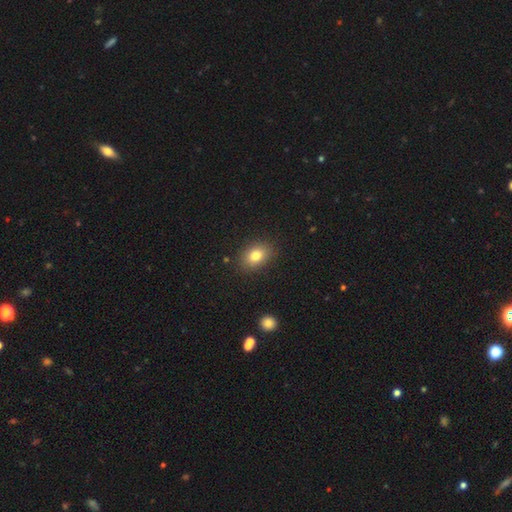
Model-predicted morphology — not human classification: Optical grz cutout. It shows a smooth galaxy with no disk features (80%) that is in between round and cigar-shaped (72%). Merging: none (87%).